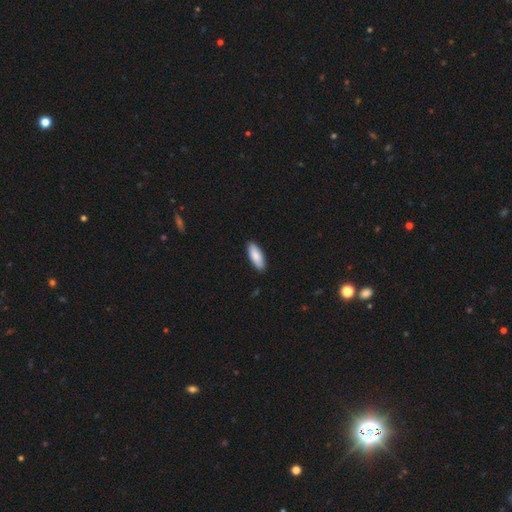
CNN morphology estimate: Smooth or featured?
  - smooth: 86% *
  - featured or disk: 9%
  - star or artifact: 5%
How rounded?
  - in between: 70% *
  - cigar-shaped: 28%
  - round: 2%
Merging?
  - none: 90% *
  - minor disturbance: 8%
  - major disturbance: 1%
  - merger: 1%